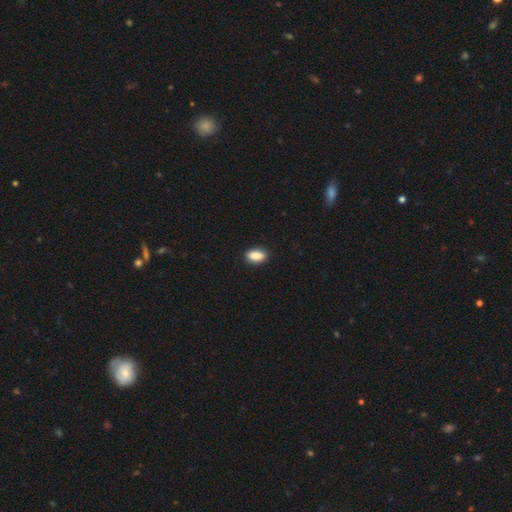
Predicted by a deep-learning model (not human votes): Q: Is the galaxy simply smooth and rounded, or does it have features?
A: smooth — 89%.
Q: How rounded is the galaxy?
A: in between — 90%.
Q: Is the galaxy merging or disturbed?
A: none — 89%.